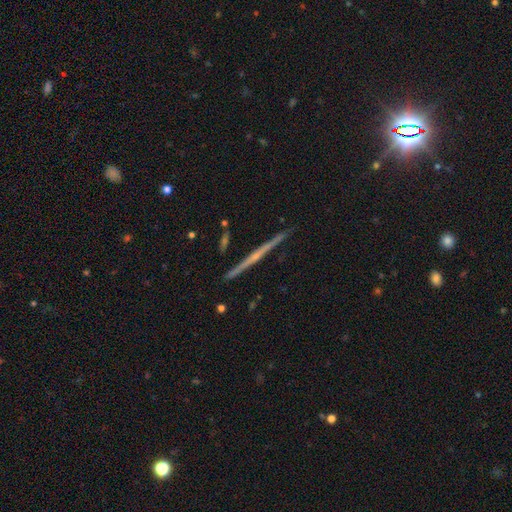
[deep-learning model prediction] Smooth or featured?
  - featured or disk: 76% *
  - smooth: 17%
  - star or artifact: 7%
Edge-on disk?
  - yes: 98% *
  - no: 2%
Edge-on bulge?
  - none: 48% *
  - rounded: 45%
  - boxy: 7%
Merging?
  - none: 91% *
  - minor disturbance: 6%
  - merger: 1%
  - major disturbance: 1%